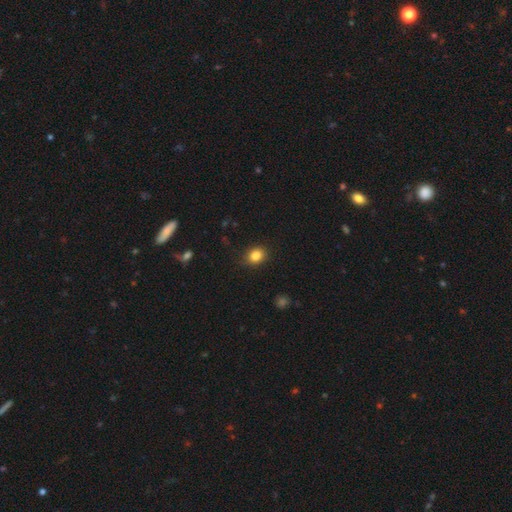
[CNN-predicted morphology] smooth-or-featured: smooth: 84% | star or artifact: 11% | featured or disk: 6%
  how-rounded: round: 59% | in between: 40% | cigar-shaped: 1%
  merging: none: 83% | minor disturbance: 13% | major disturbance: 3% | merger: 1%